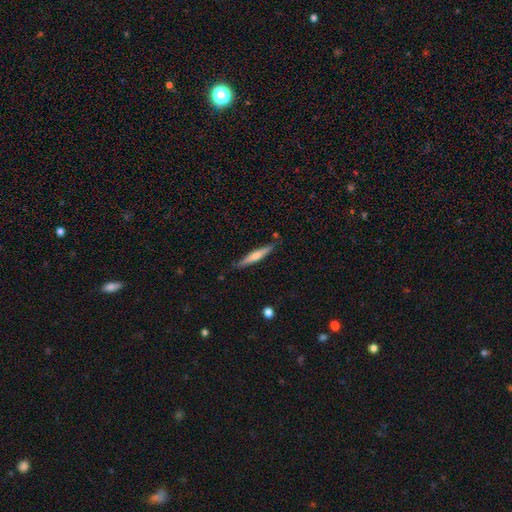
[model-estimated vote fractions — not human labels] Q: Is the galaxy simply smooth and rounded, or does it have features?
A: smooth — 51%.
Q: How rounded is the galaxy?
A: cigar-shaped — 93%.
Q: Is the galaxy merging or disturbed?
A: none — 85%.